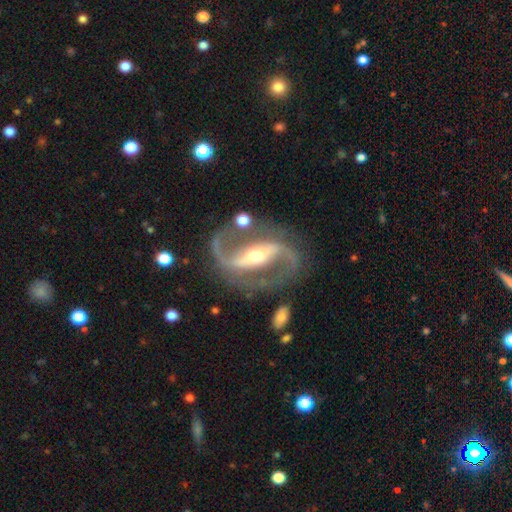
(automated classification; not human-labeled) Smooth or featured: featured or disk — 92% (star or artifact — 5%)
Edge-on disk: no — 97% (yes — 3%)
Bar: strong — 66% (weak — 21%)
Spiral arms: yes — 98% (no — 2%)
Spiral winding: medium — 56% (loose — 31%)
Spiral arm count: 2 — 94% (1 — 2%)
Bulge size: moderate — 49% (small — 45%)
Merging: none — 80% (minor disturbance — 12%)